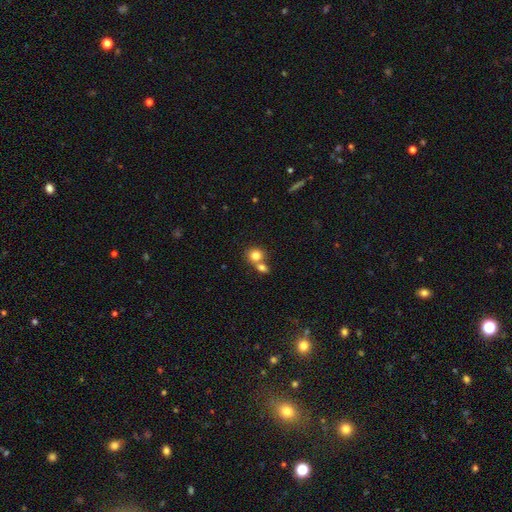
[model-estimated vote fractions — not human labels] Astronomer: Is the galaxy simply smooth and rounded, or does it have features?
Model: smooth — 81%.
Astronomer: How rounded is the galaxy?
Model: round — 76%.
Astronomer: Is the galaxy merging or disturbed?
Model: merger — 49% (runner-up: none, 41%).